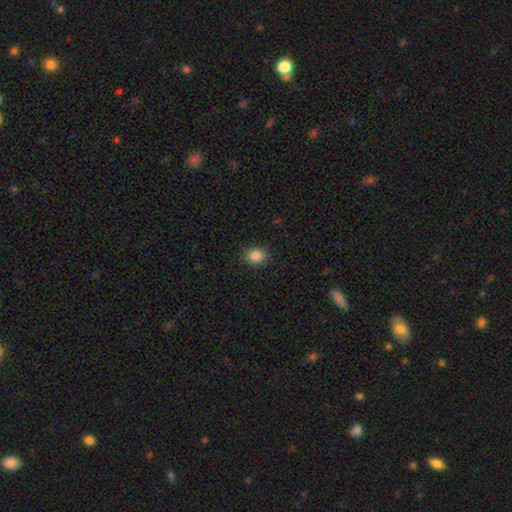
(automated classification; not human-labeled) This appears to be a smooth galaxy with no disk features (85%) that is round (52%). Merging: none (89%).